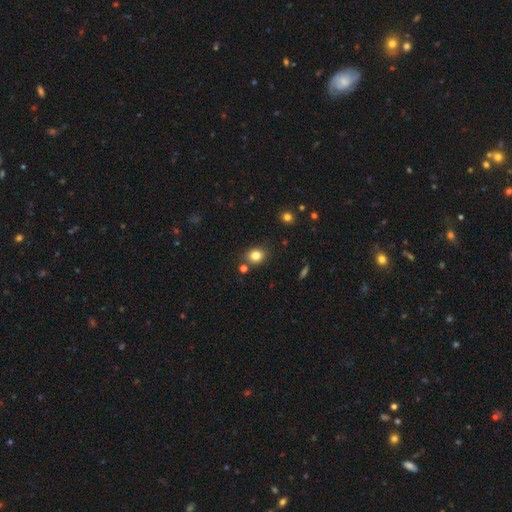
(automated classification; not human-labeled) A smooth galaxy with no disk features (80%) that is round (62%).

Vote fractions:
- Smooth or featured? smooth: 80% / star or artifact: 12% / featured or disk: 7%
- How rounded? round: 62% / in between: 37% / cigar-shaped: 1%
- Merging? none: 79% / minor disturbance: 11% / merger: 7% / major disturbance: 3%